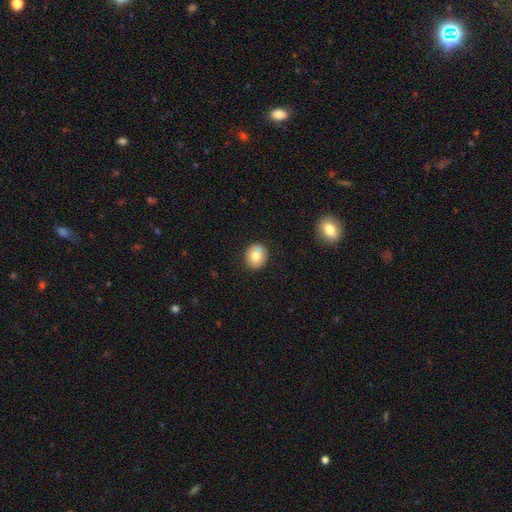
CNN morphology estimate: A smooth galaxy with no disk features (78%) that is round (76%).

Vote fractions:
- Smooth or featured? smooth: 78% / featured or disk: 14% / star or artifact: 8%
- How rounded? round: 76% / in between: 23% / cigar-shaped: 1%
- Merging? none: 90% / minor disturbance: 7% / major disturbance: 2% / merger: 1%